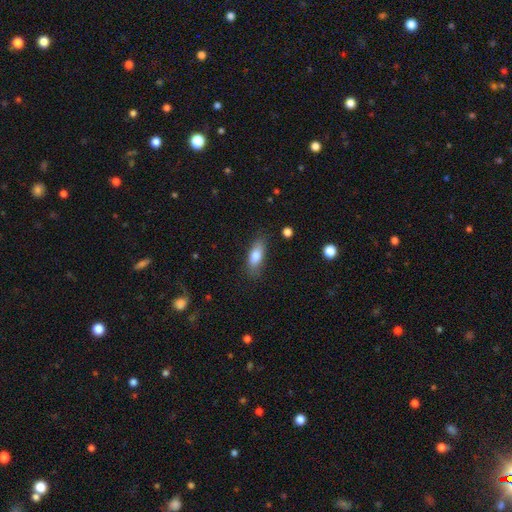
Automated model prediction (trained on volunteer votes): The model was most divided on "how rounded": in between: 74%, cigar-shaped: 23%, round: 3%. More confident: merging — none (81%); smooth or featured — smooth (78%).